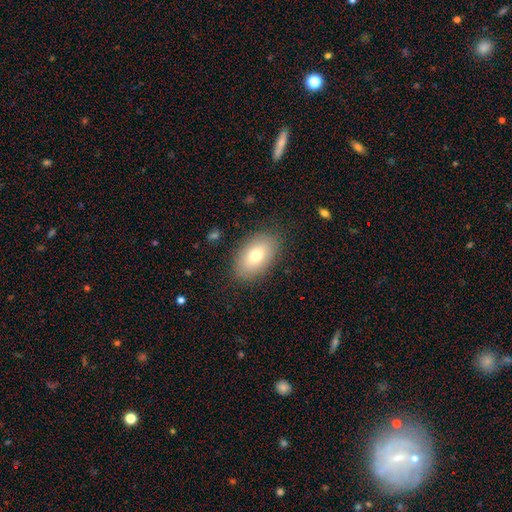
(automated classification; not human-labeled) Morphology: type=smooth (74%); roundness=in between (91%); merging=none (85%).